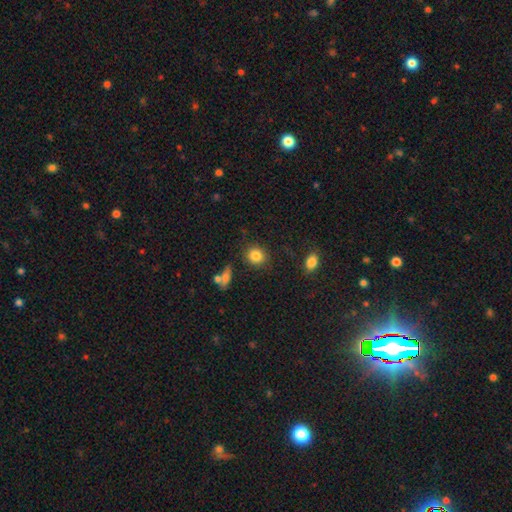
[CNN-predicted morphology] smooth-or-featured: smooth: 84% | star or artifact: 10% | featured or disk: 6%
  how-rounded: round: 78% | in between: 21% | cigar-shaped: 1%
  merging: none: 82% | minor disturbance: 11% | merger: 4% | major disturbance: 4%